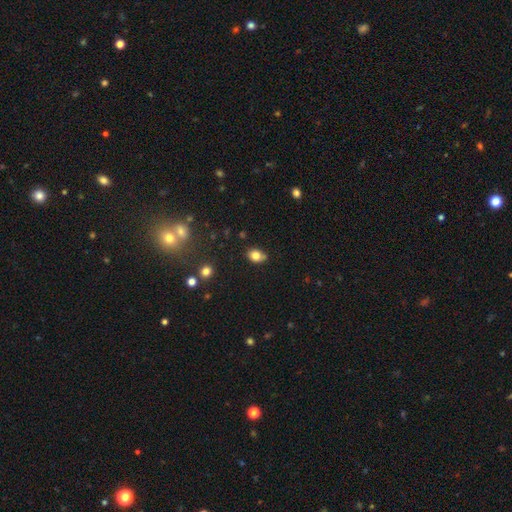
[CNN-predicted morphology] Overall: smooth (81%). How rounded: in between (64%; round 35%). Merging: none (68%).